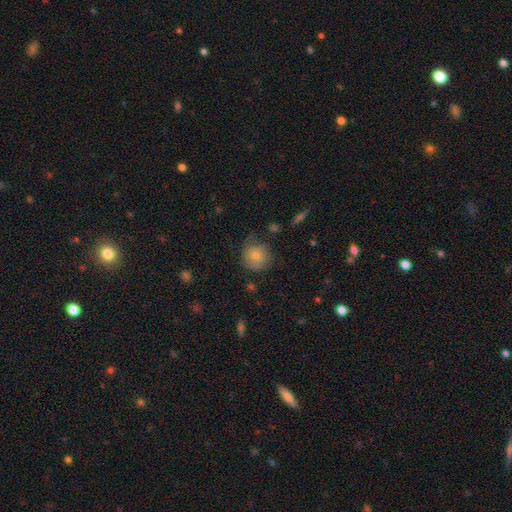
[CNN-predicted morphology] Overall: smooth (78%). How rounded: round (89%). Merging: none (66%).